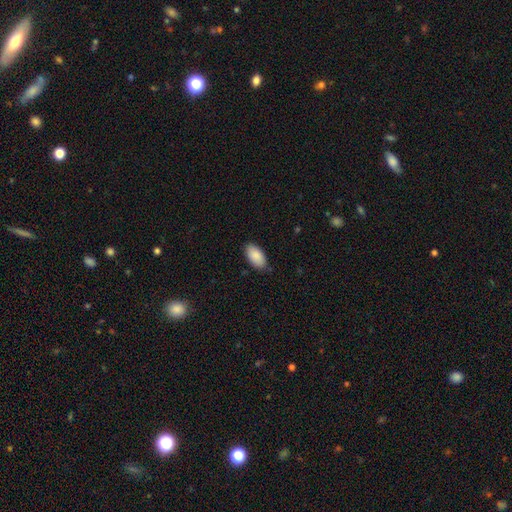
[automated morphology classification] The model was most divided on "merging": none: 84%, minor disturbance: 13%, major disturbance: 2%, merger: 1%. More confident: how rounded — in between (95%); smooth or featured — smooth (90%).